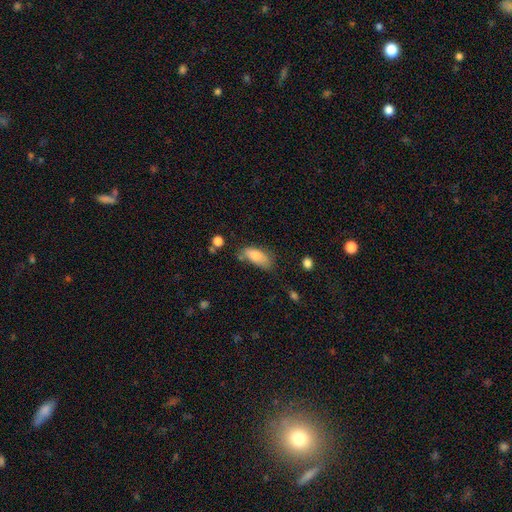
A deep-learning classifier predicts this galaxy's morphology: Smooth or featured?
  - smooth: 82% *
  - featured or disk: 11%
  - star or artifact: 7%
How rounded?
  - in between: 84% *
  - cigar-shaped: 13%
  - round: 3%
Merging?
  - none: 51% *
  - minor disturbance: 30%
  - major disturbance: 11%
  - merger: 8%